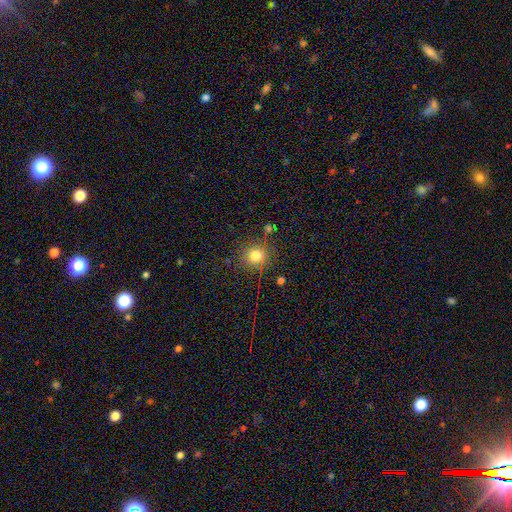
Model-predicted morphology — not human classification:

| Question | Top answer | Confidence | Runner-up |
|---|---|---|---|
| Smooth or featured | smooth | 78% | star or artifact (15%) |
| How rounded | round | 89% | in between (10%) |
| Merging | none | 84% | minor disturbance (9%) |